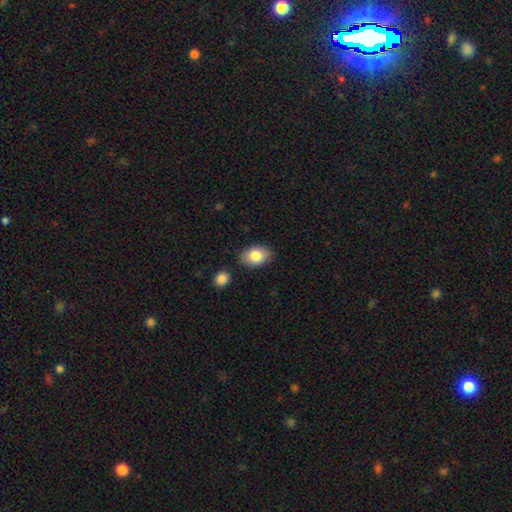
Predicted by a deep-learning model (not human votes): The model was most divided on "how rounded": in between: 84%, round: 15%, cigar-shaped: 1%. More confident: merging — none (84%); smooth or featured — smooth (83%).